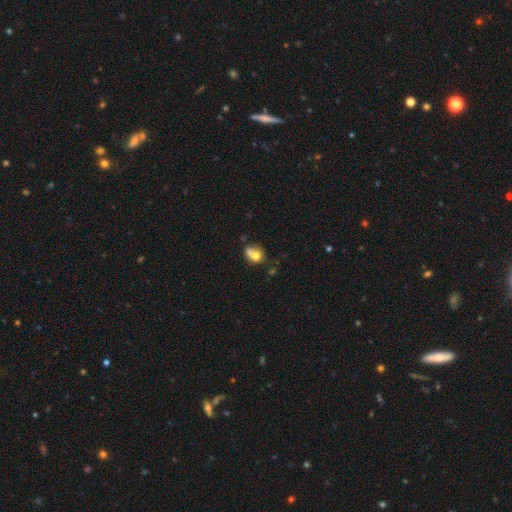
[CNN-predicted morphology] type=smooth (68%); roundness=round (59%); merging=merger (48%).